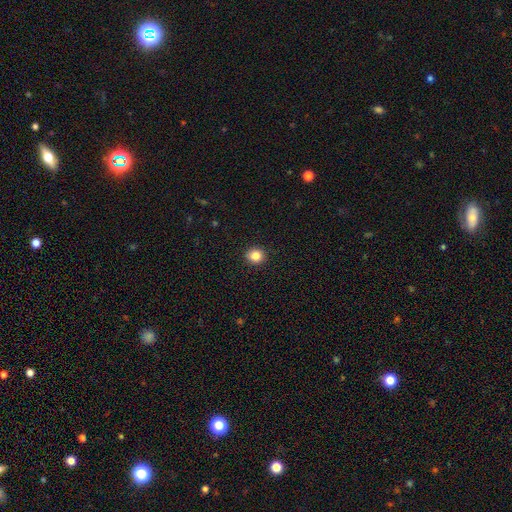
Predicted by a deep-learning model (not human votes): This appears to be a smooth galaxy with no disk features (84%) that is round (86%). Merging: none (92%).